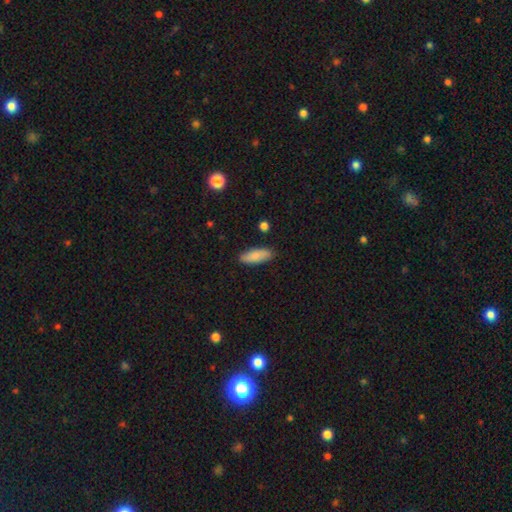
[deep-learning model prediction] Q: Smooth or featured?
A: smooth (86%); runner-up: featured or disk (8%)
Q: How rounded?
A: in between (68%); runner-up: cigar-shaped (30%)
Q: Merging?
A: none (85%); runner-up: minor disturbance (11%)